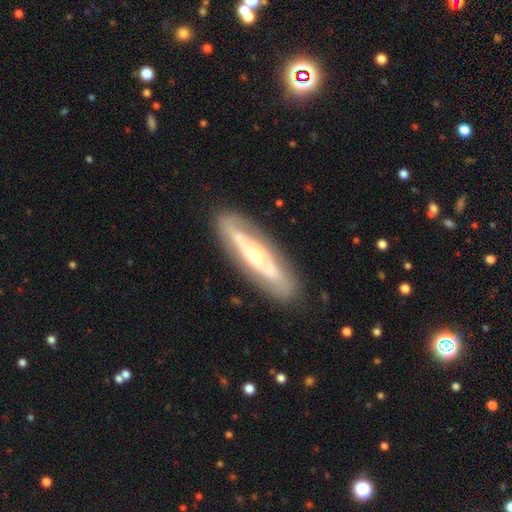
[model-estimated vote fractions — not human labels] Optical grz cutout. It shows a featured or disk galaxy (68%). Merging: none (84%).